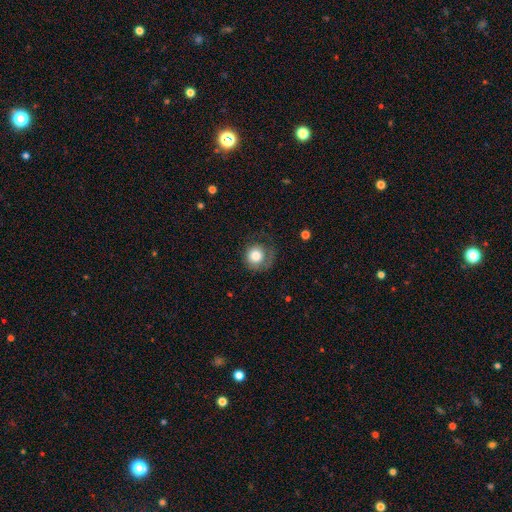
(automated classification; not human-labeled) smooth-or-featured: smooth: 78% | featured or disk: 14% | star or artifact: 8%
  how-rounded: round: 87% | in between: 12% | cigar-shaped: 1%
  merging: none: 51% | minor disturbance: 24% | major disturbance: 24% | merger: 2%